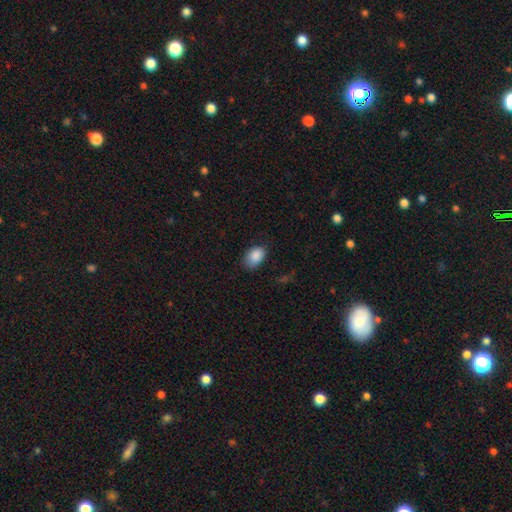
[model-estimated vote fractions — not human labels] smooth_or_featured: smooth (p=0.88) [alt: star or artifact p=0.08]
how_rounded: in between (p=0.87) [alt: round p=0.12]
merging: none (p=0.74) [alt: minor disturbance p=0.21]